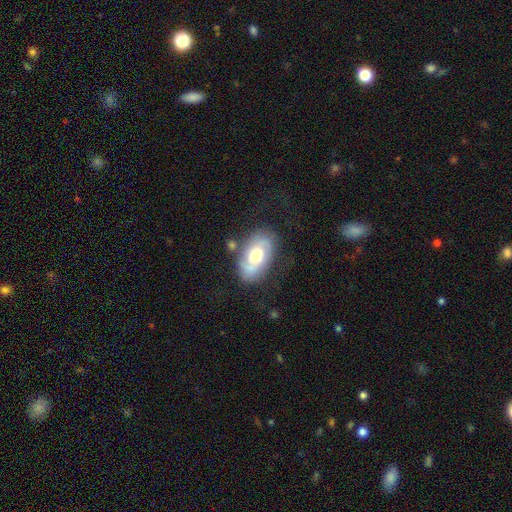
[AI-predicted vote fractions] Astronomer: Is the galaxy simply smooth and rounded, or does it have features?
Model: featured or disk — 64%.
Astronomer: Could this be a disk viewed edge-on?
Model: no — 94%.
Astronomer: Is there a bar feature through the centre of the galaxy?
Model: no — 61%.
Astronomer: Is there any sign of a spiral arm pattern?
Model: yes — 81%.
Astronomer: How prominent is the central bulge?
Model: moderate — 50% (runner-up: large, 35%).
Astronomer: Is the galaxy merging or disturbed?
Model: none — 65%.